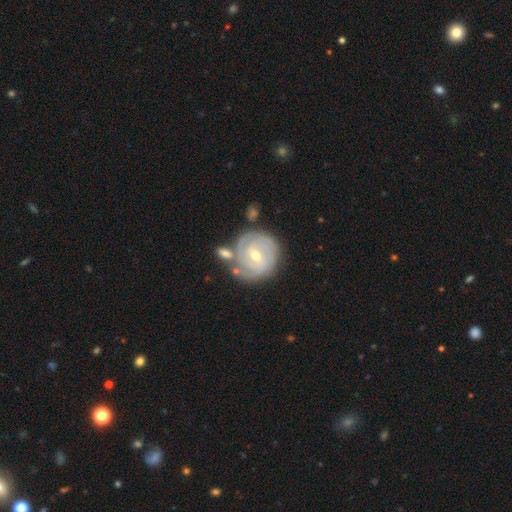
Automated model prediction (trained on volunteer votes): A featured or disk galaxy (85%) with a weak bar (51%), 2 (29%) tight (76%) spiral arms (95%) and a moderate central bulge (52%).

Vote fractions:
- Smooth or featured? featured or disk: 85% / smooth: 10% / star or artifact: 5%
- Edge-on disk? no: 98% / yes: 2%
- Bar? weak: 51% / no: 36% / strong: 13%
- Spiral arms? yes: 95% / no: 5%
- Spiral winding? tight: 76% / medium: 20% / loose: 4%
- Spiral arm count? 2: 29% / 3: 26% / can't tell: 26% / 4: 10% / 1: 5% / more than 4: 5%
- Bulge size? moderate: 52% / small: 45% / large: 1% / none: 1% / dominant: 1%
- Merging? none: 65% / minor disturbance: 16% / merger: 14% / major disturbance: 6%